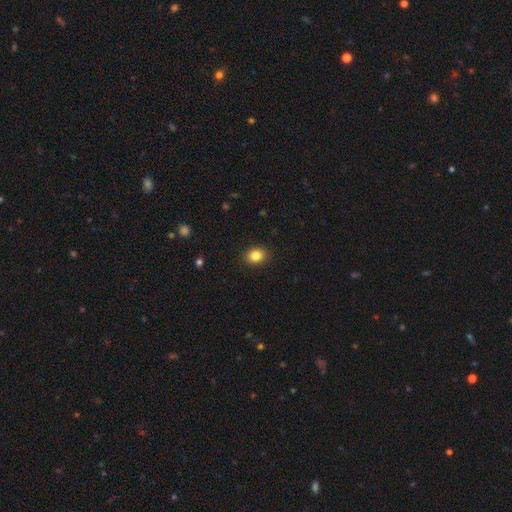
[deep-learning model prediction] A smooth galaxy with no disk features (84%) that is round (52%).

Vote fractions:
- Smooth or featured? smooth: 84% / star or artifact: 10% / featured or disk: 6%
- How rounded? round: 52% / in between: 47% / cigar-shaped: 1%
- Merging? none: 90% / minor disturbance: 7% / major disturbance: 2% / merger: 1%